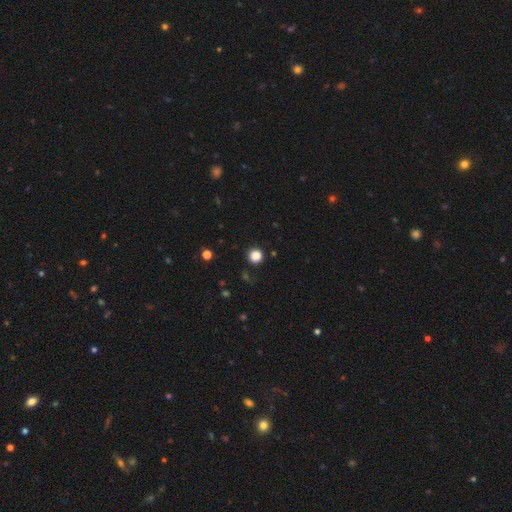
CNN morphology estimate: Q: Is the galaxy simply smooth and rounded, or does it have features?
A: smooth — 85%.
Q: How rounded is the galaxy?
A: round — 94%.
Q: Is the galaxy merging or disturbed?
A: none — 89%.